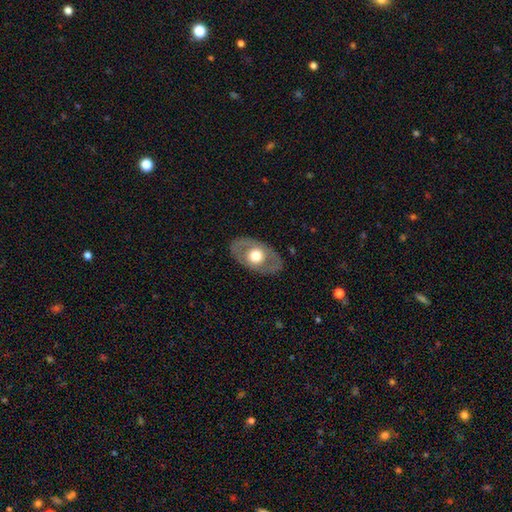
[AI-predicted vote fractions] This is possibly a featured or disk galaxy (48%). Merging: clearly none (83%).